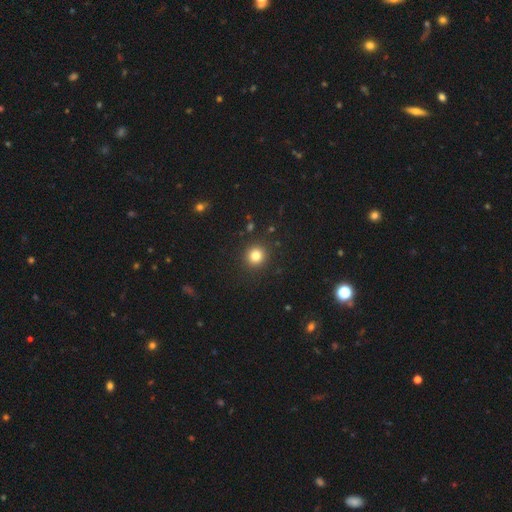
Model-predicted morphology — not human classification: This is clearly a smooth galaxy (81%). How rounded: clearly round (91%). Merging: clearly none (91%).